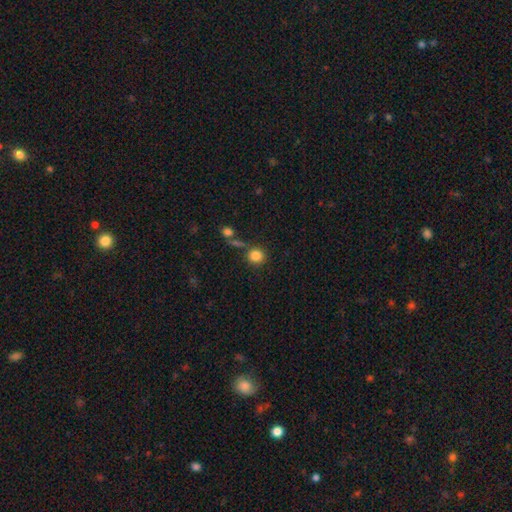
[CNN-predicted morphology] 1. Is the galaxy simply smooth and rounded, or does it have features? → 84% smooth, 11% star or artifact, 5% featured or disk.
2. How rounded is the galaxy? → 91% round, 8% in between, 1% cigar-shaped.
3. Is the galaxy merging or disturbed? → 76% none, 10% merger, 10% minor disturbance, 4% major disturbance.